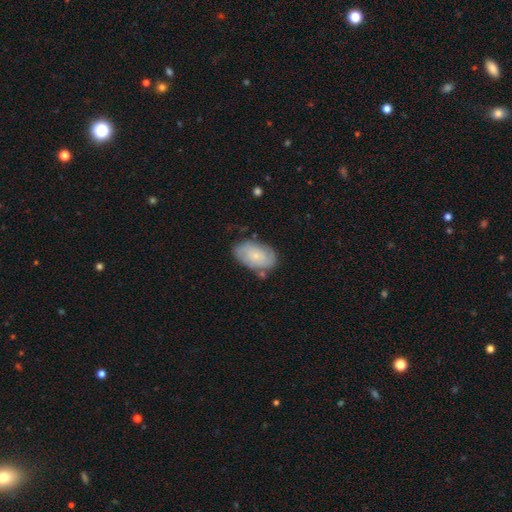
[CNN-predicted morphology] Smooth or featured? Predicted: featured or disk (p=0.47). Merging? Predicted: none (p=0.69).